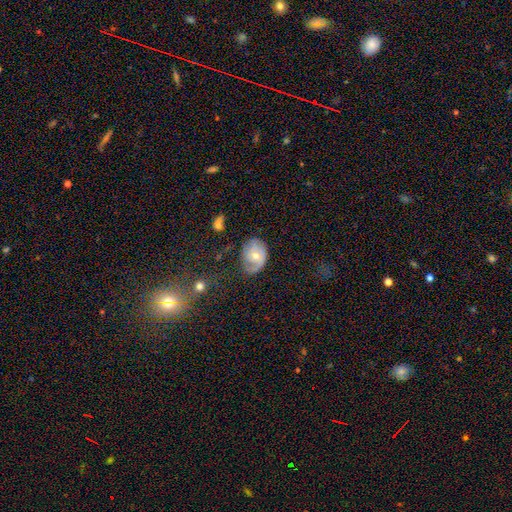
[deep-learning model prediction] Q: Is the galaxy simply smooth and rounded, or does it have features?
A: featured or disk — 58%.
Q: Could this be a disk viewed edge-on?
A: no — 96%.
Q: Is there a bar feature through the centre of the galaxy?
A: no — 78%.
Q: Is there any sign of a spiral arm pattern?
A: yes — 76%.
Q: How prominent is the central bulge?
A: moderate — 57%.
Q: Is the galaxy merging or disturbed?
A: none — 54%.